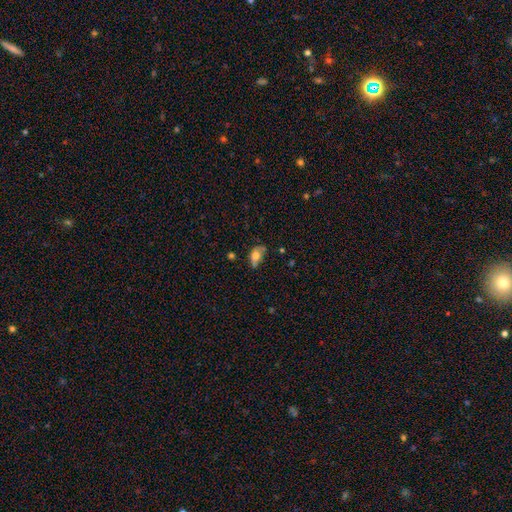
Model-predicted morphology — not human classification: Q: Smooth or featured?
A: smooth (71%); runner-up: featured or disk (20%)
Q: How rounded?
A: in between (86%); runner-up: round (10%)
Q: Merging?
A: minor disturbance (41%); runner-up: none (37%)